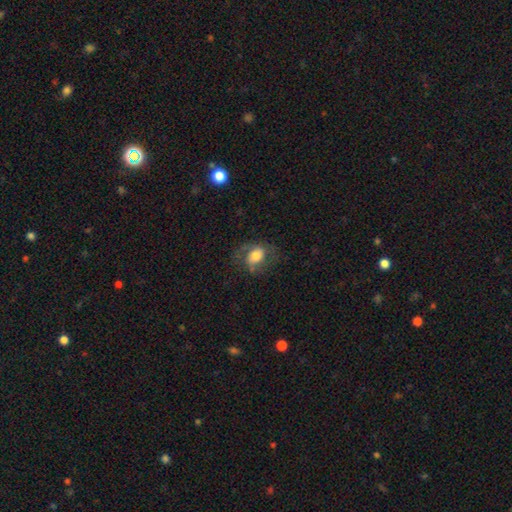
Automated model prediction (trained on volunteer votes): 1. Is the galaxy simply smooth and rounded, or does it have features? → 48% smooth, 43% featured or disk, 9% star or artifact.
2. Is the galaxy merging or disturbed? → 52% none, 24% major disturbance, 23% minor disturbance, 2% merger.